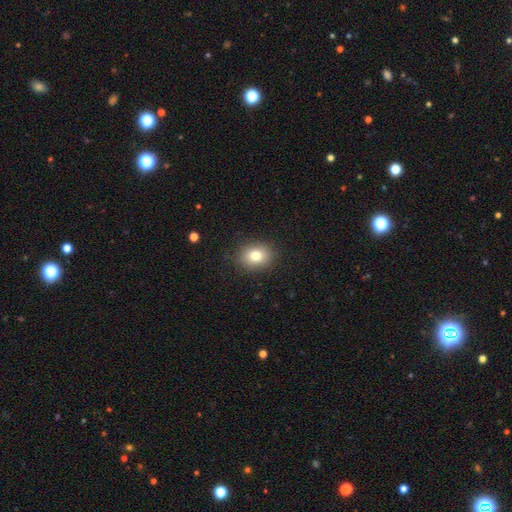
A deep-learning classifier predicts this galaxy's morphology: Smooth or featured: smooth — 79% (star or artifact — 11%)
How rounded: round — 52% (in between — 47%)
Merging: none — 88% (minor disturbance — 8%)